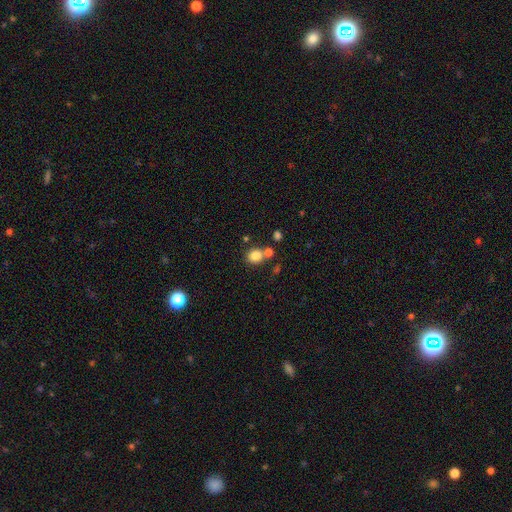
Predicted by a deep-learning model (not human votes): The model was most divided on "merging": none: 63%, merger: 23%, minor disturbance: 10%, major disturbance: 4%. More confident: smooth or featured — smooth (82%); how rounded — round (74%).